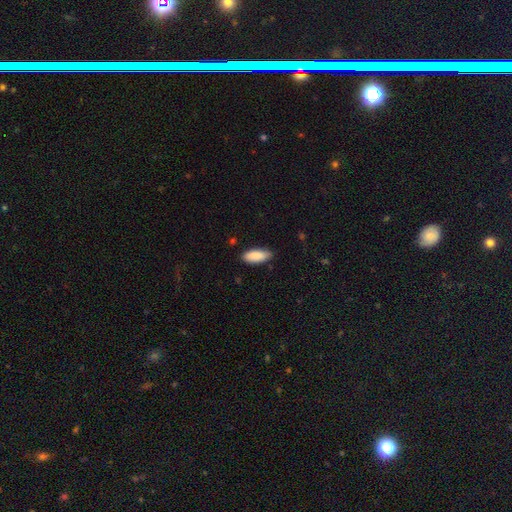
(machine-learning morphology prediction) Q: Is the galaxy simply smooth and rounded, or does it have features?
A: smooth — 89%.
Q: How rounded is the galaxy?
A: in between — 81%.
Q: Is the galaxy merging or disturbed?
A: none — 81%.